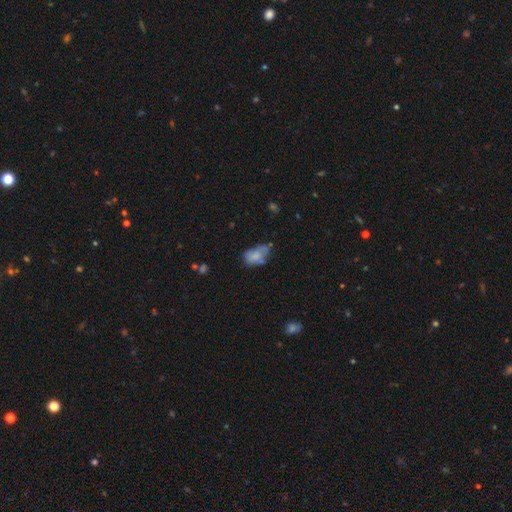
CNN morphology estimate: This is likely a smooth galaxy (66%). How rounded: clearly in between (90%). Merging: marginally none (38%).